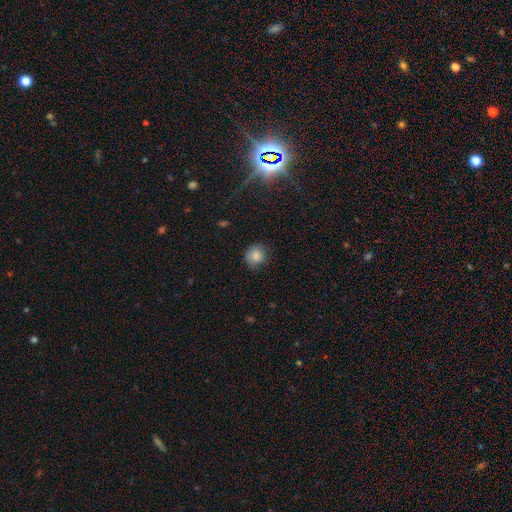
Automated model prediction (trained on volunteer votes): Q: Smooth or featured?
A: smooth (83%); runner-up: star or artifact (10%)
Q: How rounded?
A: round (85%); runner-up: in between (14%)
Q: Merging?
A: none (75%); runner-up: minor disturbance (19%)